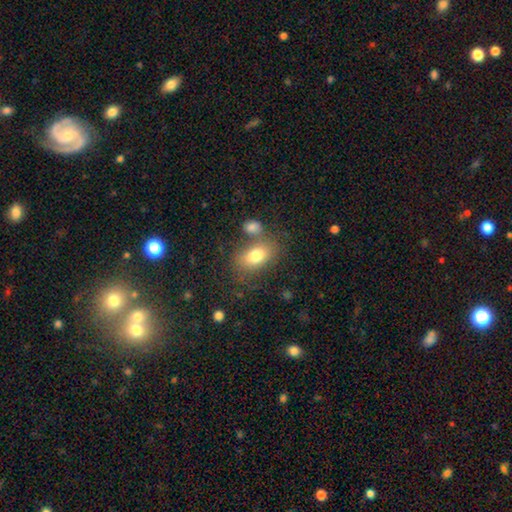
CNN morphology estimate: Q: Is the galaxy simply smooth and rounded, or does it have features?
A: smooth — 77%.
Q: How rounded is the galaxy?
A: in between — 85%.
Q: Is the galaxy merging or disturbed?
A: none — 60%.